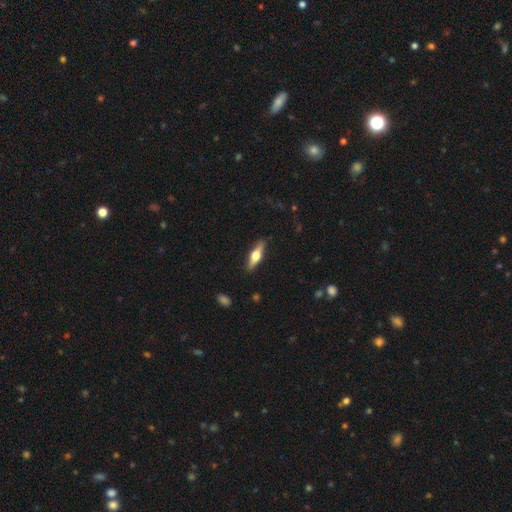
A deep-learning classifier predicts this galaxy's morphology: Smooth or featured?
  - featured or disk: 56% *
  - smooth: 38%
  - star or artifact: 6%
Edge-on disk?
  - yes: 94% *
  - no: 6%
Edge-on bulge?
  - rounded: 94% *
  - boxy: 4%
  - none: 2%
Merging?
  - none: 88% *
  - minor disturbance: 9%
  - major disturbance: 2%
  - merger: 1%